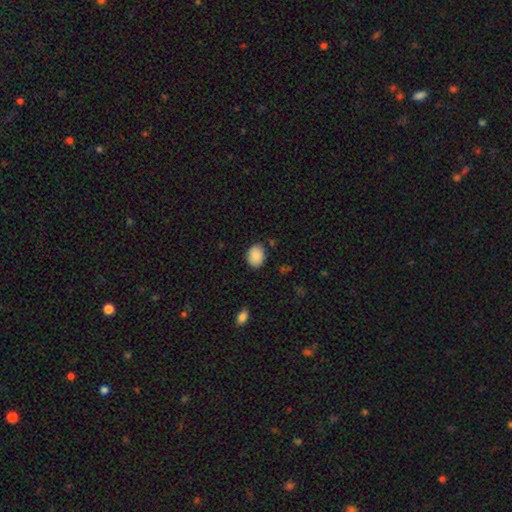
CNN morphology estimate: The model was most divided on "how rounded": in between: 60%, round: 39%, cigar-shaped: 1%. More confident: smooth or featured — smooth (89%); merging — none (83%).